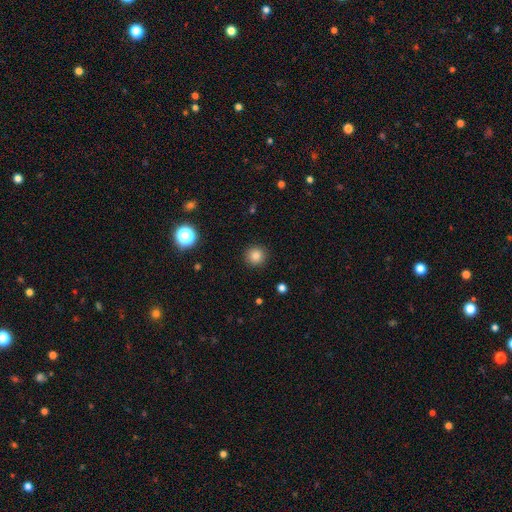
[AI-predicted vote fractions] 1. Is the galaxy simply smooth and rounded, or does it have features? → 84% smooth, 12% star or artifact, 5% featured or disk.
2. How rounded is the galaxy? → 94% round, 5% in between, 1% cigar-shaped.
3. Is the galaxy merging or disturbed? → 91% none, 6% minor disturbance, 2% major disturbance, 1% merger.